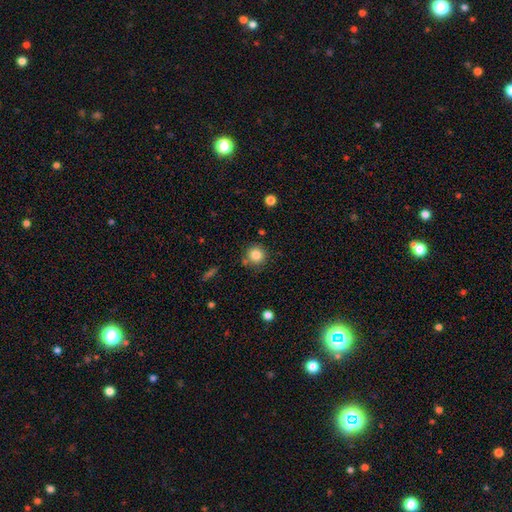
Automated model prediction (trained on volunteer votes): The model was most divided on "merging": none: 80%, minor disturbance: 10%, merger: 7%, major disturbance: 3%. More confident: how rounded — round (93%); smooth or featured — smooth (83%).